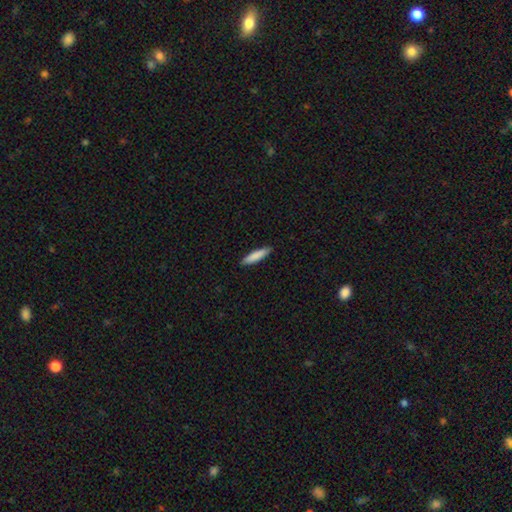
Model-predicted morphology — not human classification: A smooth galaxy with no disk features (86%) that is cigar-shaped (81%). Merging: none (91%).